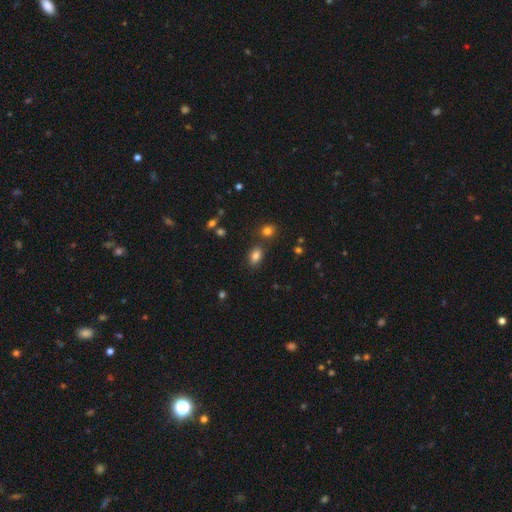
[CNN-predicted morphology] A smooth galaxy with no disk features (82%) that is in between round and cigar-shaped (86%). Merging: none (74%).